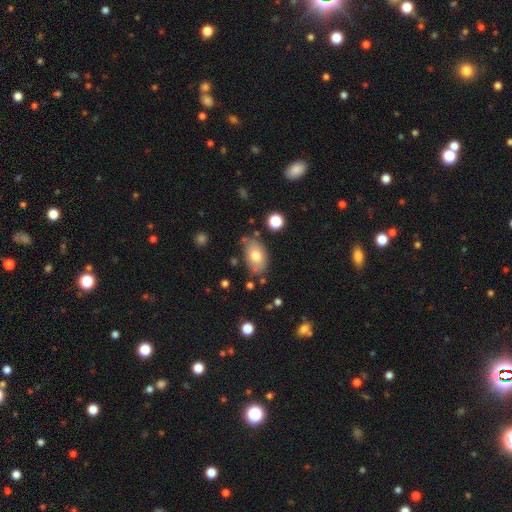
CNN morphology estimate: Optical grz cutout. It shows a smooth galaxy with no disk features (74%) that is in between round and cigar-shaped (89%). Merging: none (70%).